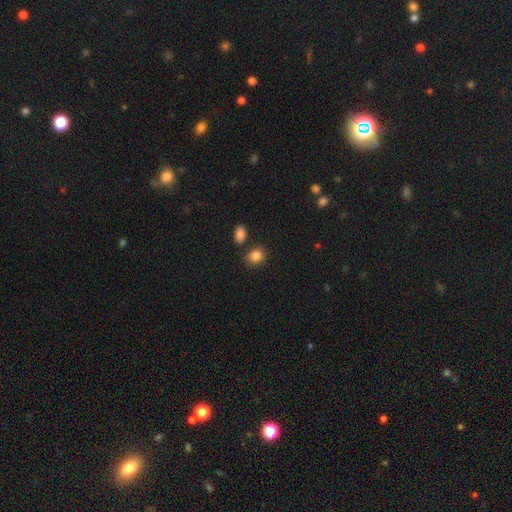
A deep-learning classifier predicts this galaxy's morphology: A smooth galaxy with no disk features (86%) that is round (63%).

Vote fractions:
- Smooth or featured? smooth: 86% / star or artifact: 10% / featured or disk: 4%
- How rounded? round: 63% / in between: 35% / cigar-shaped: 1%
- Merging? none: 76% / minor disturbance: 12% / merger: 9% / major disturbance: 3%